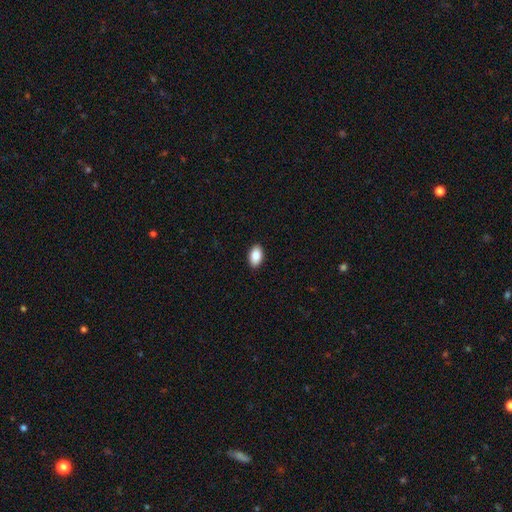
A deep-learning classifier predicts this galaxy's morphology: Smooth or featured: smooth — 88% (star or artifact — 7%)
How rounded: in between — 94% (round — 5%)
Merging: none — 90% (minor disturbance — 7%)